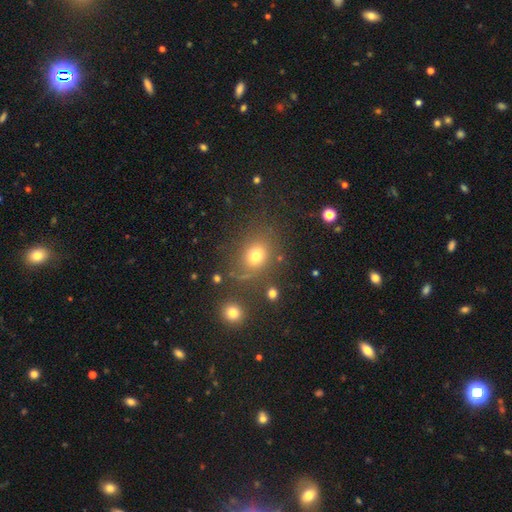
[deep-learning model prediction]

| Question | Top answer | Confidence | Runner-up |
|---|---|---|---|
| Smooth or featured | smooth | 72% | star or artifact (18%) |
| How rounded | round | 58% | in between (41%) |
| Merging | none | 73% | minor disturbance (13%) |